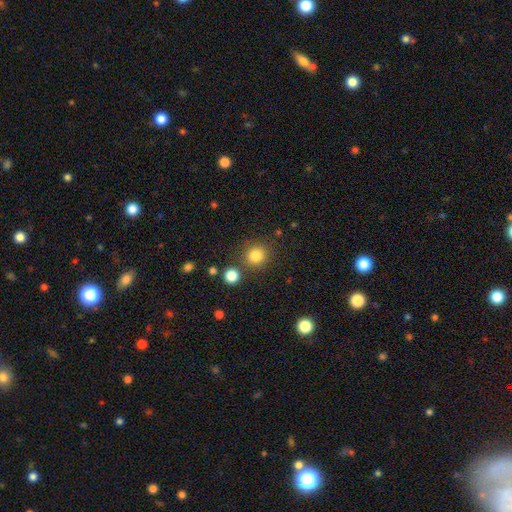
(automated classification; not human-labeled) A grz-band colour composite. It shows a smooth galaxy with no disk features (83%) that is round (90%). Merging: none (80%).